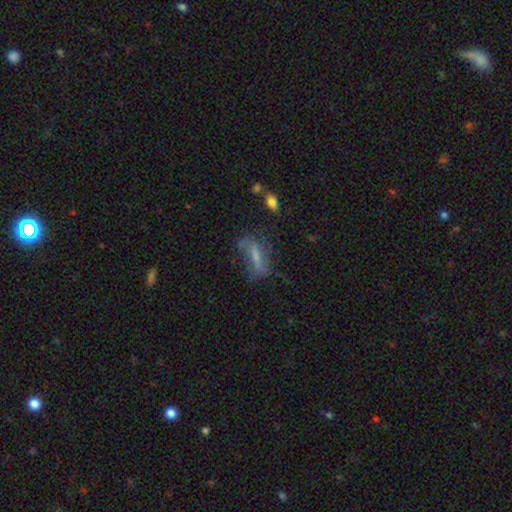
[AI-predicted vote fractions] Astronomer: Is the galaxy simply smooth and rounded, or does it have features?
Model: smooth — 48% (runner-up: featured or disk, 38%).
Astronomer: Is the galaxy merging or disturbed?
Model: none — 47% (runner-up: minor disturbance, 26%).